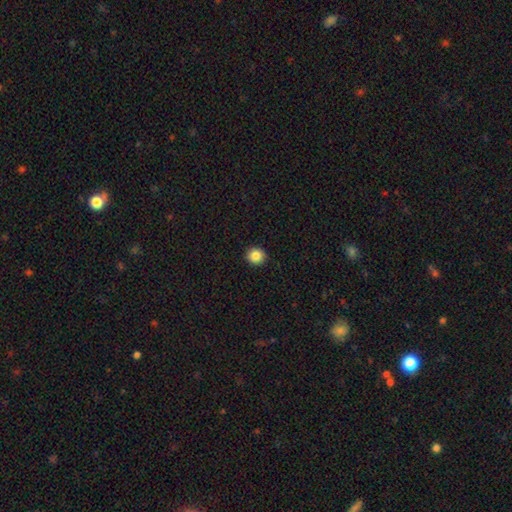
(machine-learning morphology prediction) Overall: smooth (85%). How rounded: round (90%). Merging: none (93%).